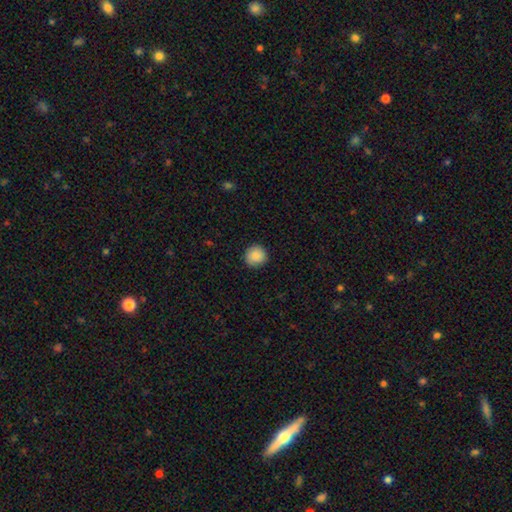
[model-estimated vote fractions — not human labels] Morphology: type=smooth (88%); roundness=round (94%); merging=none (91%).